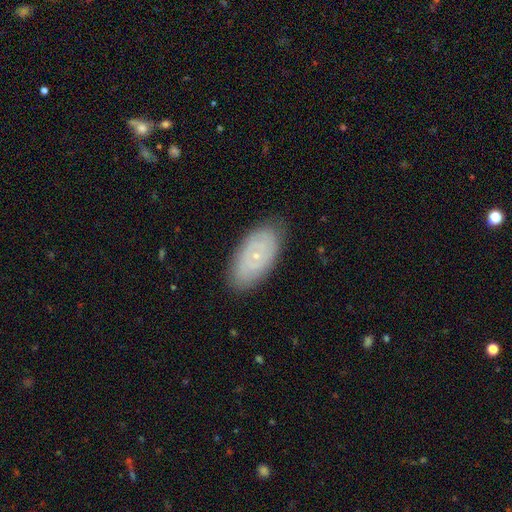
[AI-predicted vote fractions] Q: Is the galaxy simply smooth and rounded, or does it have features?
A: featured or disk — 57%.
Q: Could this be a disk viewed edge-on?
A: no — 92%.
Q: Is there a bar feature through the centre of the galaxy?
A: no — 82%.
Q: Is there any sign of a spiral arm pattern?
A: yes — 69%.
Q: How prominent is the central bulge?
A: small — 84%.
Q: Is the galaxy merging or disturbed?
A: none — 83%.